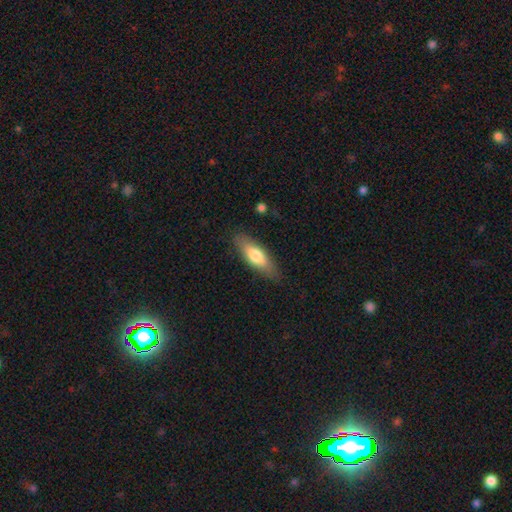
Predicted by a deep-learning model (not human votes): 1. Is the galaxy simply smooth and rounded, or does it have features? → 67% smooth, 27% featured or disk, 5% star or artifact.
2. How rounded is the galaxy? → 52% in between, 46% cigar-shaped, 2% round.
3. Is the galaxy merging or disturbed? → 83% none, 13% minor disturbance, 3% major disturbance, 1% merger.